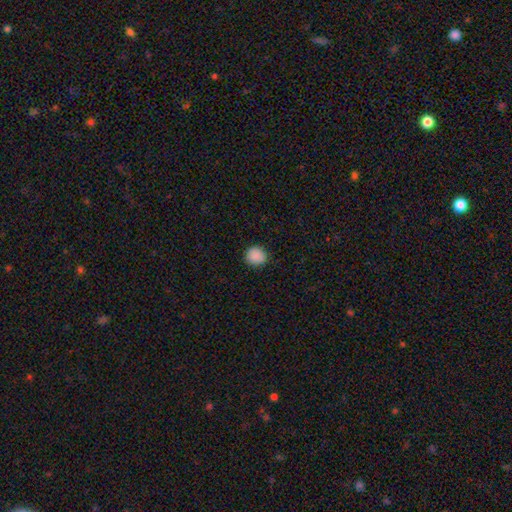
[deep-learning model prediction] Smooth or featured? smooth (89%)
How rounded? round (89%)
Merging? none (90%)